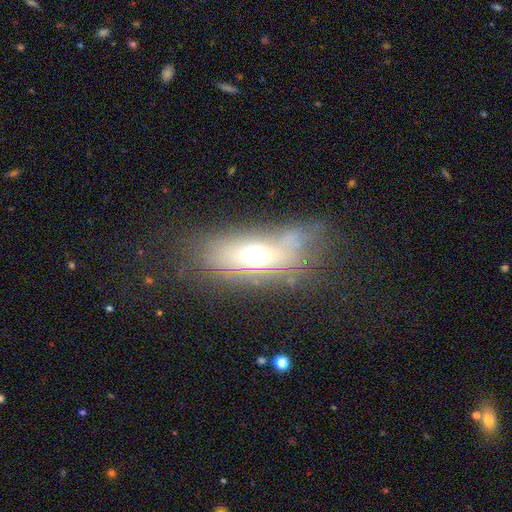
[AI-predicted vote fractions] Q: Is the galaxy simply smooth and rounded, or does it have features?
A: smooth — 47%.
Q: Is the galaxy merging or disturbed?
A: none — 58%.